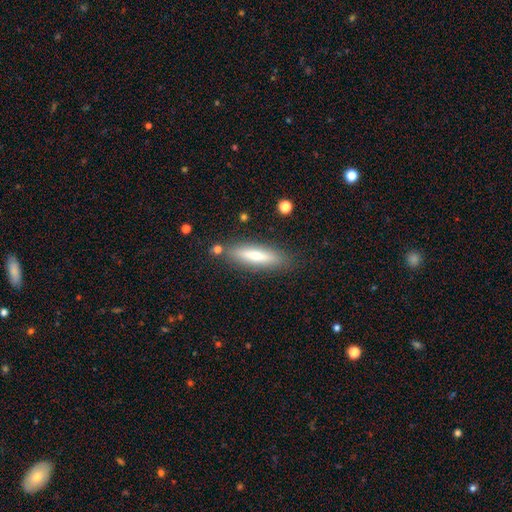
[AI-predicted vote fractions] Smooth or featured: smooth — 63% (featured or disk — 31%)
How rounded: cigar-shaped — 74% (in between — 24%)
Merging: none — 83% (minor disturbance — 11%)